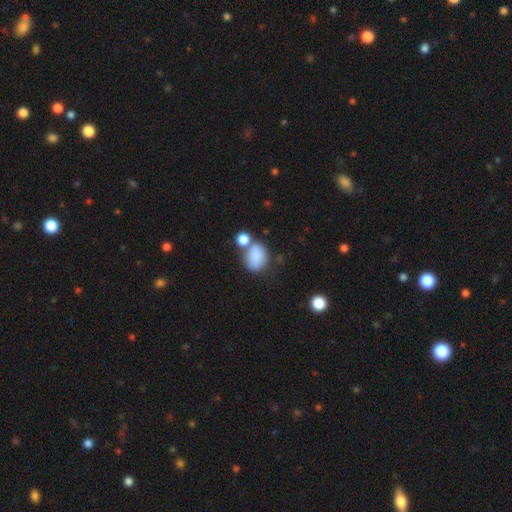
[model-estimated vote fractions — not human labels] Morphology: type=smooth (81%); roundness=in between (60%); merging=none (38%).